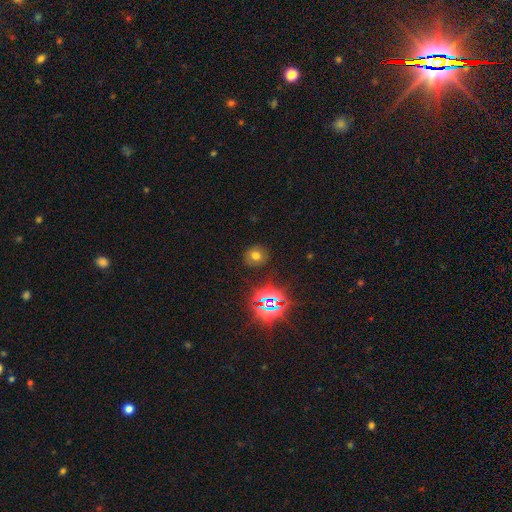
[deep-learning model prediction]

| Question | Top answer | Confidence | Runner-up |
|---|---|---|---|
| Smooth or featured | smooth | 64% | star or artifact (25%) |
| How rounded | round | 81% | in between (18%) |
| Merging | none | 86% | minor disturbance (9%) |